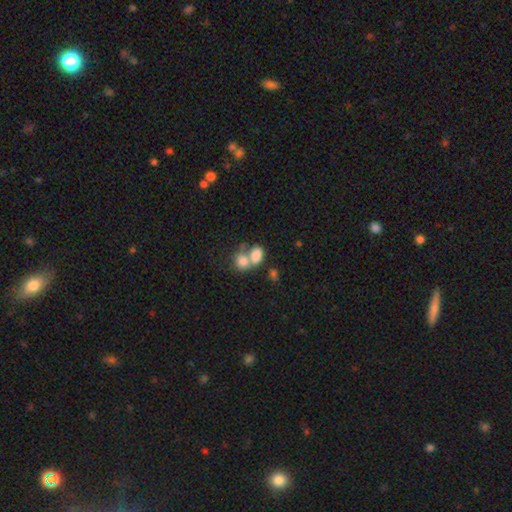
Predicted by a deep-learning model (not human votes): A smooth galaxy with no disk features (79%) that is in between round and cigar-shaped (73%). Merging: merger (65%).